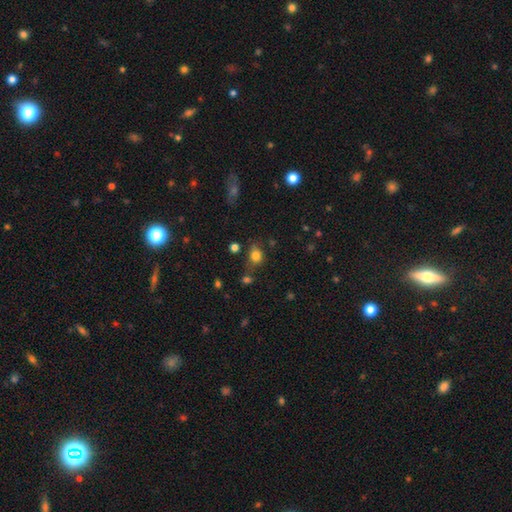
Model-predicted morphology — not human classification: Smooth or featured?
  - smooth: 79% *
  - star or artifact: 13%
  - featured or disk: 8%
How rounded?
  - round: 55% *
  - in between: 43%
  - cigar-shaped: 2%
Merging?
  - none: 62% *
  - minor disturbance: 22%
  - merger: 8%
  - major disturbance: 8%